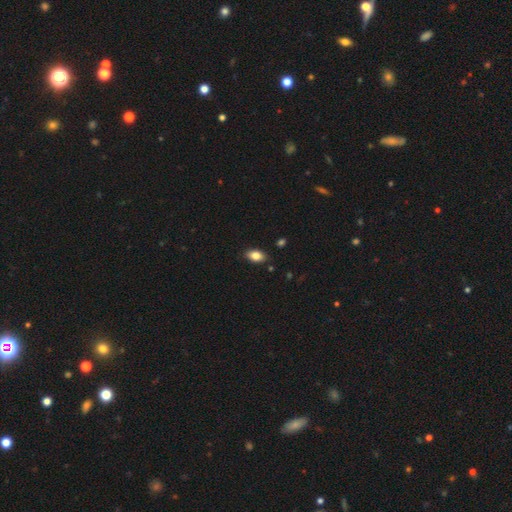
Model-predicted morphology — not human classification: smooth_or_featured: smooth (p=0.83) [alt: featured or disk p=0.09]
how_rounded: in between (p=0.90) [alt: round p=0.07]
merging: none (p=0.87) [alt: minor disturbance p=0.10]